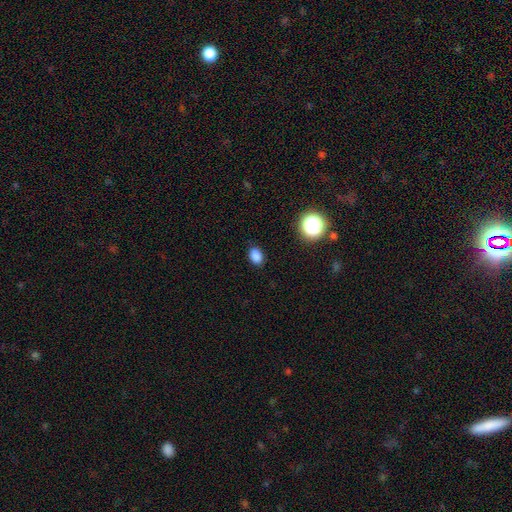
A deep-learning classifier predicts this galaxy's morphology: smooth_or_featured: smooth (p=0.84) [alt: star or artifact p=0.13]
how_rounded: in between (p=0.76) [alt: round p=0.23]
merging: none (p=0.87) [alt: minor disturbance p=0.10]